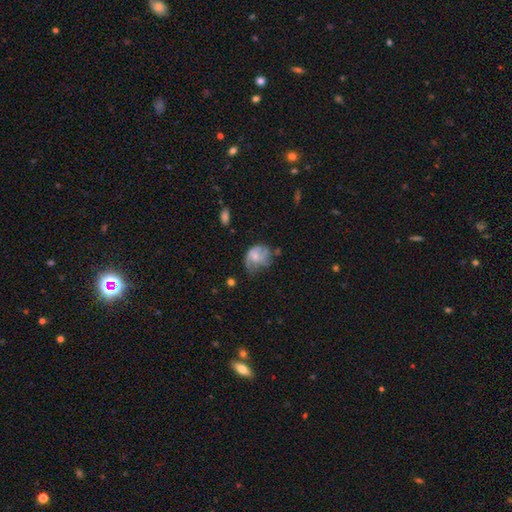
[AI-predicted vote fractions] A featured or disk galaxy (56%) with no bar (73%), spiral arms (68%) and a small central bulge (50%).

Vote fractions:
- Smooth or featured? featured or disk: 56% / smooth: 35% / star or artifact: 8%
- Edge-on disk? no: 98% / yes: 2%
- Bar? no: 73% / weak: 24% / strong: 3%
- Spiral arms? yes: 68% / no: 32%
- Bulge size? small: 50% / moderate: 34% / none: 12% / large: 3% / dominant: 1%
- Merging? none: 35% / major disturbance: 31% / minor disturbance: 30% / merger: 4%